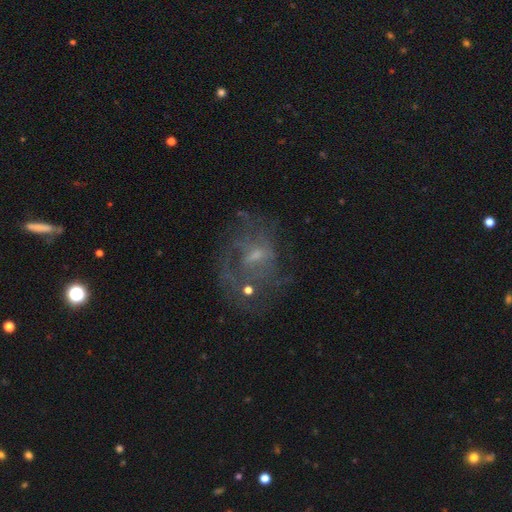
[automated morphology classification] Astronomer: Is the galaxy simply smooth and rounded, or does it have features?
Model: featured or disk — 67%.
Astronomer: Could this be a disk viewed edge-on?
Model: no — 97%.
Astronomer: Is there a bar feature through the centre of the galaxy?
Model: weak — 47% (runner-up: no, 43%).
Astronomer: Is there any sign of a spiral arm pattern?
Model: yes — 57% (runner-up: no, 43%).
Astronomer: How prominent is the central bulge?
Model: small — 51% (runner-up: moderate, 30%).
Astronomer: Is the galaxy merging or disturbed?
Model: none — 46% (runner-up: major disturbance, 31%).